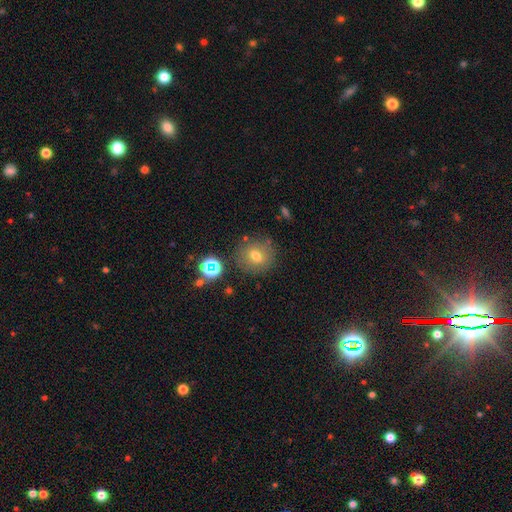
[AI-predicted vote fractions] Overall: smooth (67%). How rounded: round (85%). Merging: none (81%).